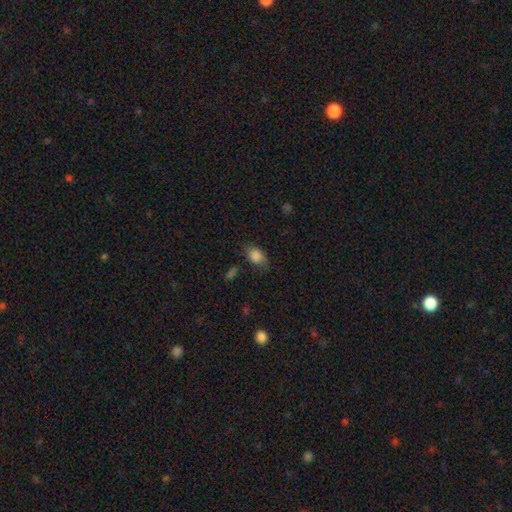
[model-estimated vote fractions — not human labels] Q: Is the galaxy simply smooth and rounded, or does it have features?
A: smooth — 82%.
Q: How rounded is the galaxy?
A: in between — 78%.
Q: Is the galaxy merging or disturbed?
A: none — 66%.